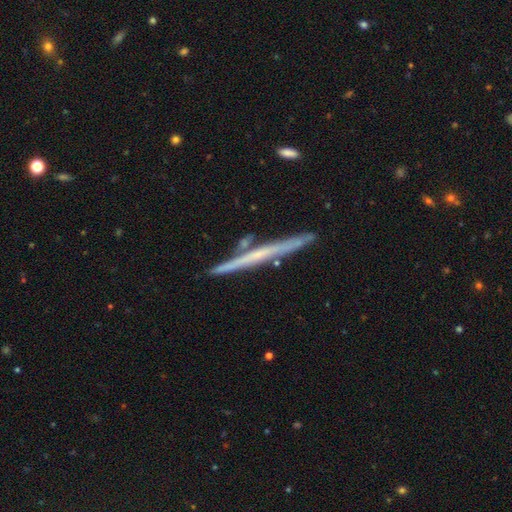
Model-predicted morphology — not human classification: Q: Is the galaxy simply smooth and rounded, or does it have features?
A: featured or disk — 65%.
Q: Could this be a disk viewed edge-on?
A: yes — 97%.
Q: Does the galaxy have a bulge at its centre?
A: none — 76%.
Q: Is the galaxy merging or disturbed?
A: none — 85%.